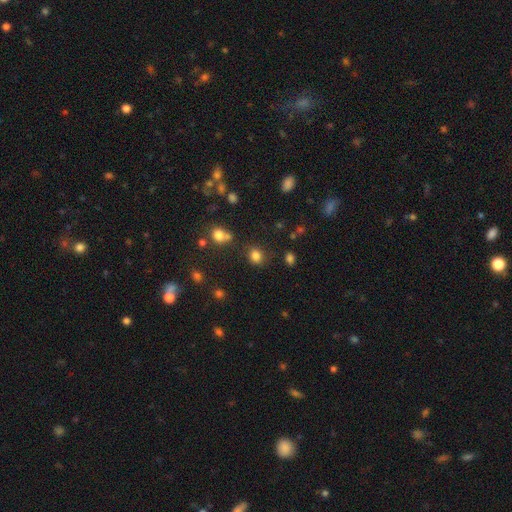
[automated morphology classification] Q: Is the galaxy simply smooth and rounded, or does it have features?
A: smooth — 81%.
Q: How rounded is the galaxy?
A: round — 67%.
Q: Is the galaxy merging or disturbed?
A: none — 77%.